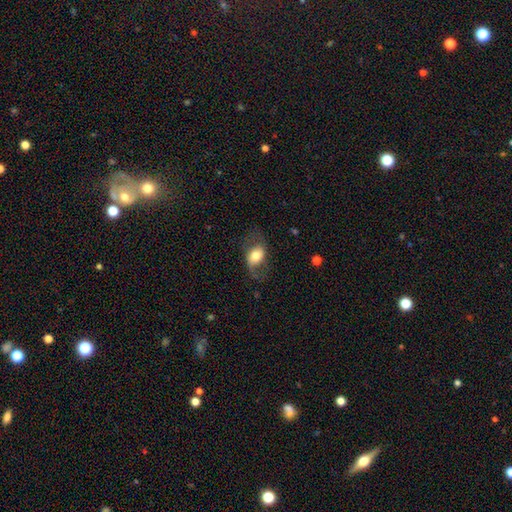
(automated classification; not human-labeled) Smooth or featured?
  - smooth: 51% *
  - featured or disk: 42%
  - star or artifact: 8%
How rounded?
  - in between: 75% *
  - round: 24%
  - cigar-shaped: 2%
Merging?
  - none: 61% *
  - minor disturbance: 20%
  - major disturbance: 18%
  - merger: 2%